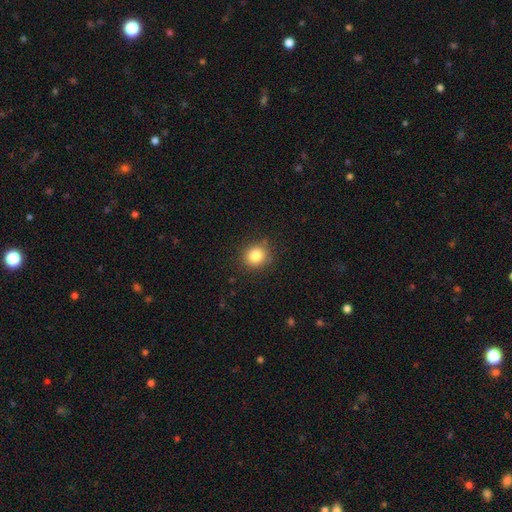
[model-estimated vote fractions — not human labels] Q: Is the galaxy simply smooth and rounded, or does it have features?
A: smooth — 83%.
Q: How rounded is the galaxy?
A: round — 86%.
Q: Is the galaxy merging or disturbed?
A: none — 87%.